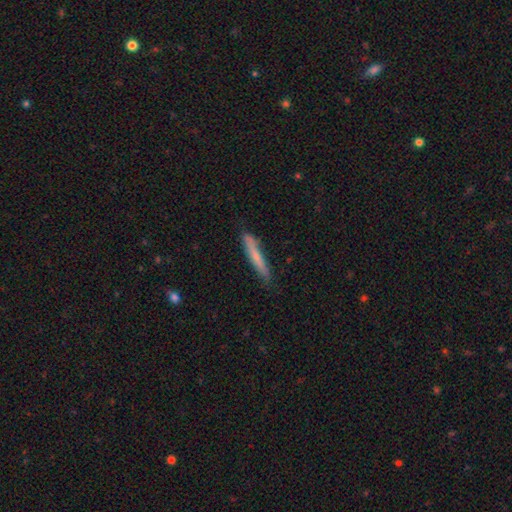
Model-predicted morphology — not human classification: smooth-or-featured: smooth: 66% | featured or disk: 29% | star or artifact: 6%
  how-rounded: cigar-shaped: 94% | in between: 4% | round: 1%
  merging: none: 81% | minor disturbance: 15% | major disturbance: 2% | merger: 2%